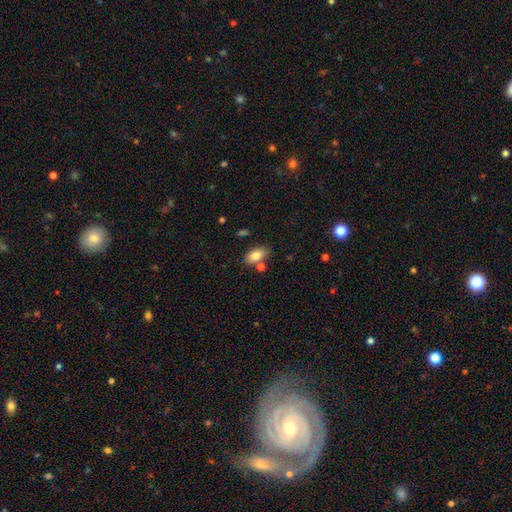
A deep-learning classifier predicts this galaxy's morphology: Q: Smooth or featured?
A: smooth (82%); runner-up: featured or disk (10%)
Q: How rounded?
A: in between (92%); runner-up: round (5%)
Q: Merging?
A: none (72%); runner-up: minor disturbance (13%)